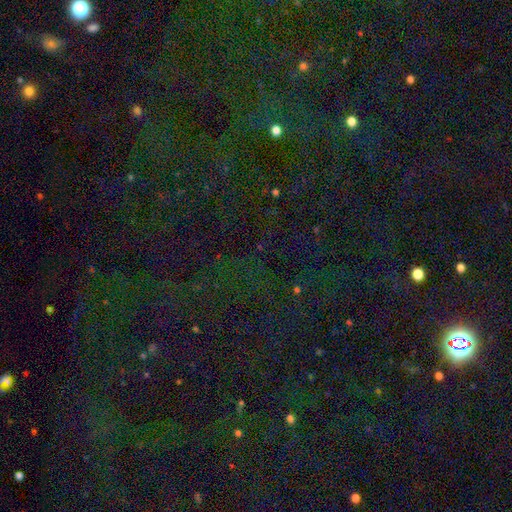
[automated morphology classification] Smooth or featured? Predicted: star or artifact (p=0.80).